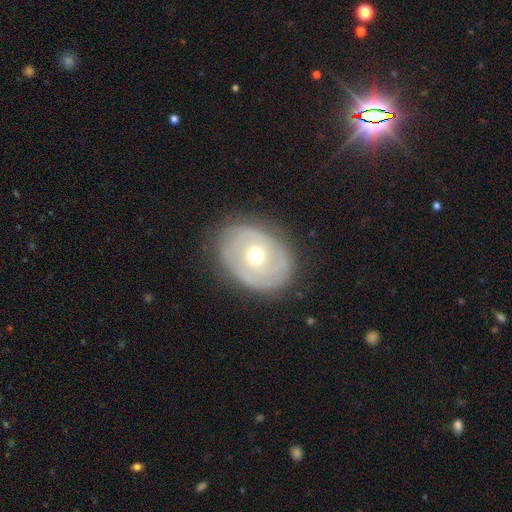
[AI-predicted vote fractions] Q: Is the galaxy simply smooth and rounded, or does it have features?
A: featured or disk — 59%.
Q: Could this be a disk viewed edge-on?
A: no — 94%.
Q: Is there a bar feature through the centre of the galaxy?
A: no — 75%.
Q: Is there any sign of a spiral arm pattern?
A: no — 53%.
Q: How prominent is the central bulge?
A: moderate — 69%.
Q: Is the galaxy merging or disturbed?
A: none — 76%.